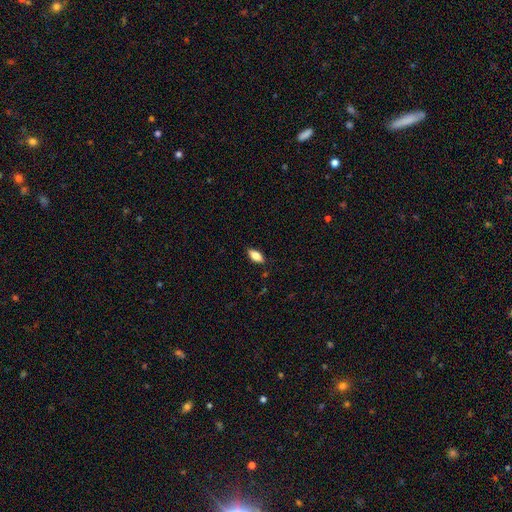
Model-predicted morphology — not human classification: The model was most divided on "smooth or featured": smooth: 76%, featured or disk: 17%, star or artifact: 7%. More confident: merging — none (85%); how rounded — in between (84%).